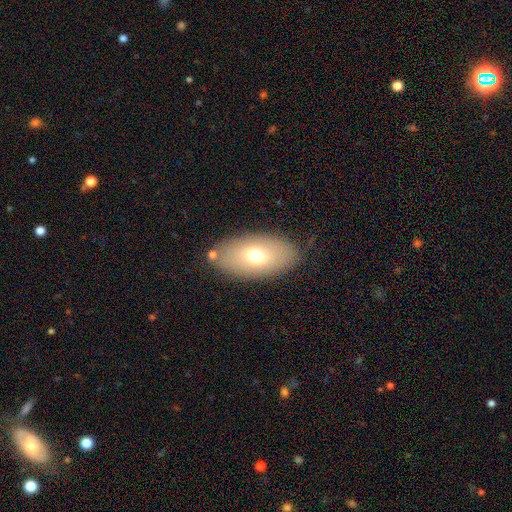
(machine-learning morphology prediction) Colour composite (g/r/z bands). It shows a smooth galaxy with no disk features (68%) that is in between round and cigar-shaped (92%). Merging: none (81%).